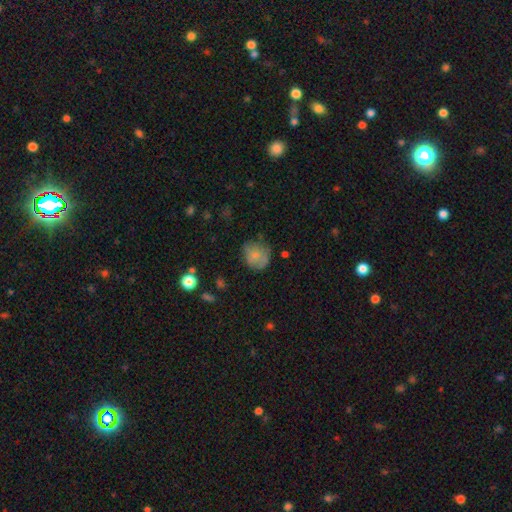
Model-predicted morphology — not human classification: This appears to be a smooth galaxy with no disk features (72%) that is round (79%). Merging: none (60%).